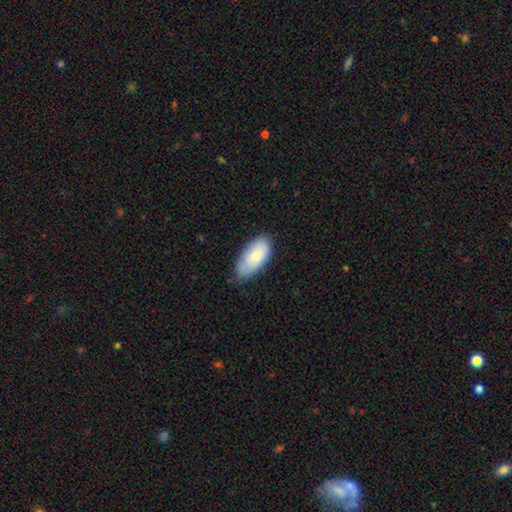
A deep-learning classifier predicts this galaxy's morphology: Smooth or featured? smooth (76%)
How rounded? in between (93%)
Merging? none (63%)